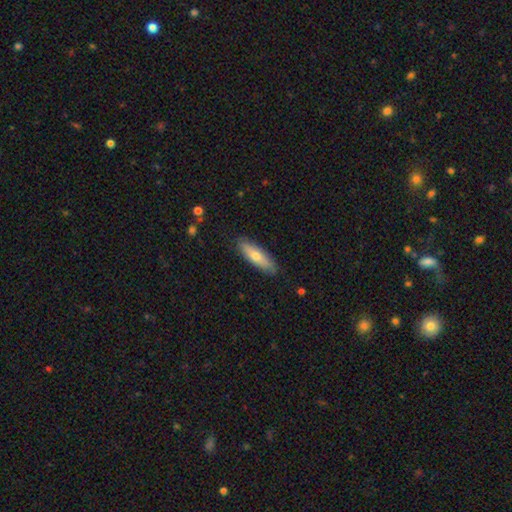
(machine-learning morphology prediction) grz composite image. It shows a smooth galaxy with no disk features (67%) that is cigar-shaped (51%). Merging: none (85%).